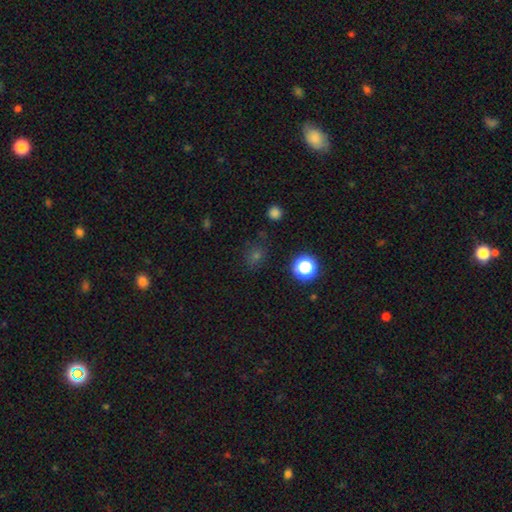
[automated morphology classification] The model was most divided on "smooth or featured": smooth: 57%, star or artifact: 35%, featured or disk: 8%. More confident: merging — none (80%); how rounded — round (74%).